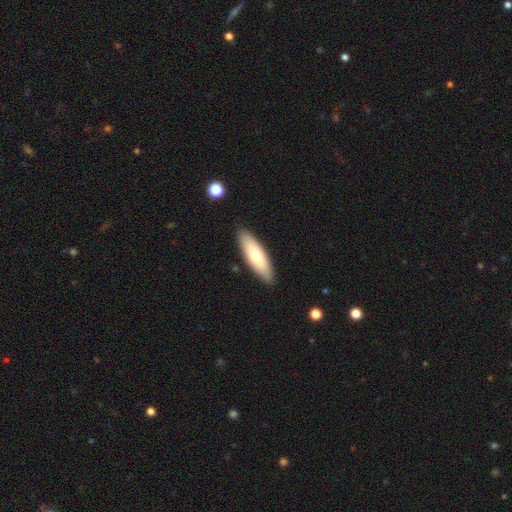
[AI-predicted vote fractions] Smooth or featured? smooth (67%)
How rounded? in between (55%)
Merging? none (88%)